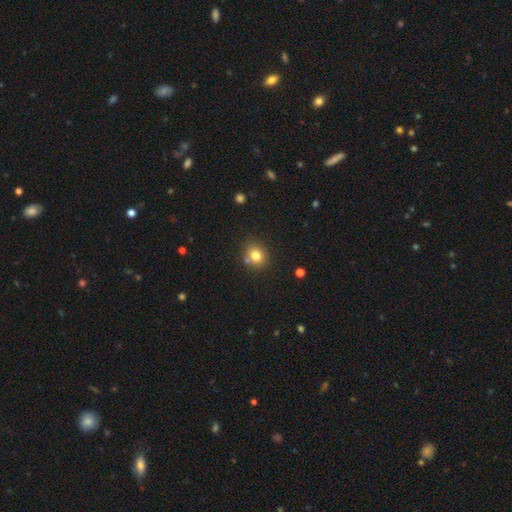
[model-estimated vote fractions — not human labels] The model was most divided on "how rounded": round: 72%, in between: 27%, cigar-shaped: 1%. More confident: smooth or featured — smooth (78%); merging — none (75%).